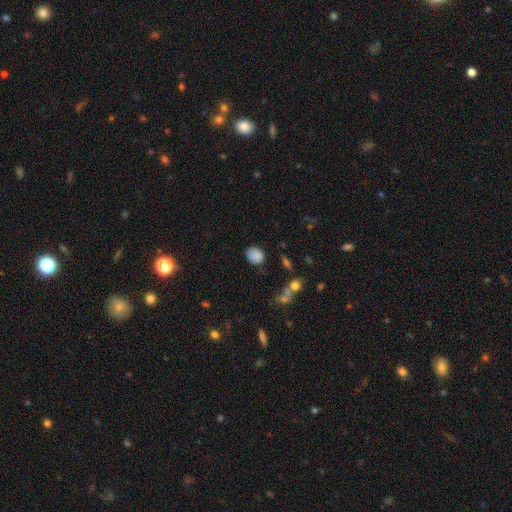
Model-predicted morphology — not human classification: Smooth or featured: smooth — 83% (star or artifact — 10%)
How rounded: round — 59% (in between — 40%)
Merging: none — 73% (minor disturbance — 20%)